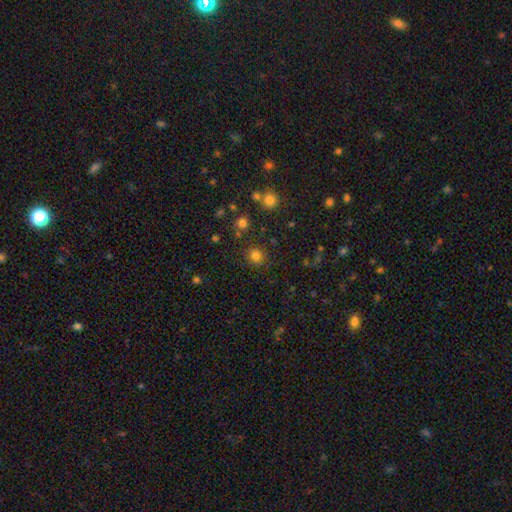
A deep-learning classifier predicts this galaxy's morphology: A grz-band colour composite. It shows a smooth galaxy with no disk features (79%) that is round (87%). Merging: none (85%).